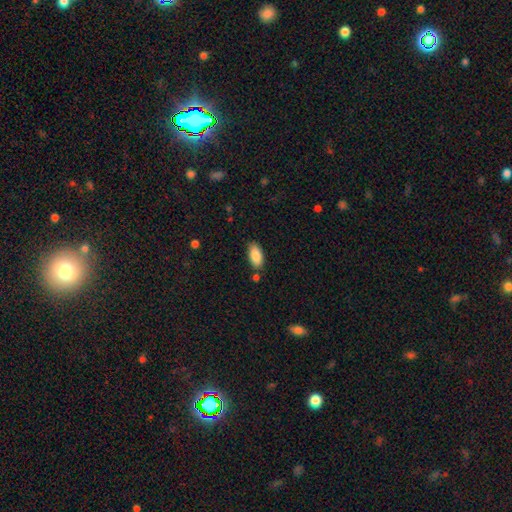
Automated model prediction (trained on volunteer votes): Smooth or featured? smooth (88%)
How rounded? in between (91%)
Merging? none (80%)